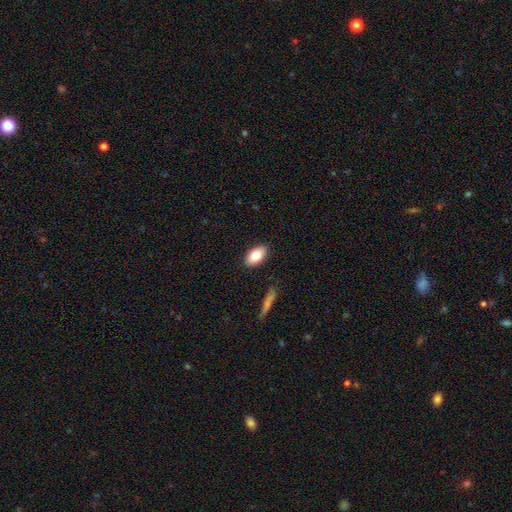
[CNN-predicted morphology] Overall: smooth (81%). How rounded: in between (93%). Merging: none (88%).